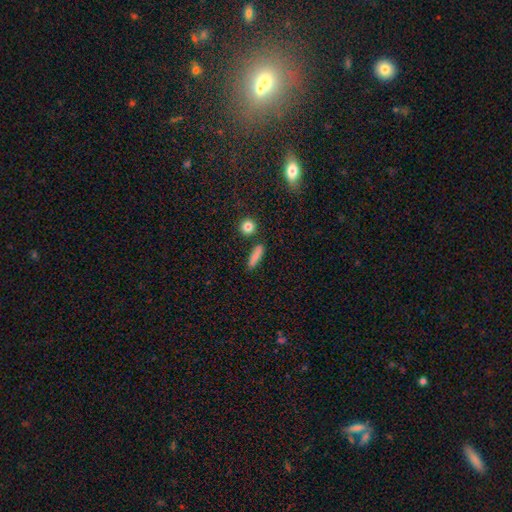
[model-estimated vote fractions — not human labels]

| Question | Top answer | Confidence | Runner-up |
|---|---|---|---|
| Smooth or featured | smooth | 83% | featured or disk (9%) |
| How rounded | cigar-shaped | 70% | in between (26%) |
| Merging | none | 84% | minor disturbance (9%) |